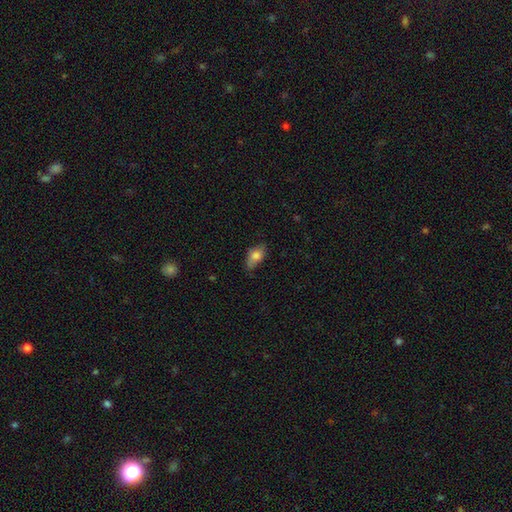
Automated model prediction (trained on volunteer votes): Overall: smooth (76%). How rounded: in between (87%). Merging: none (58%; minor disturbance 32%).